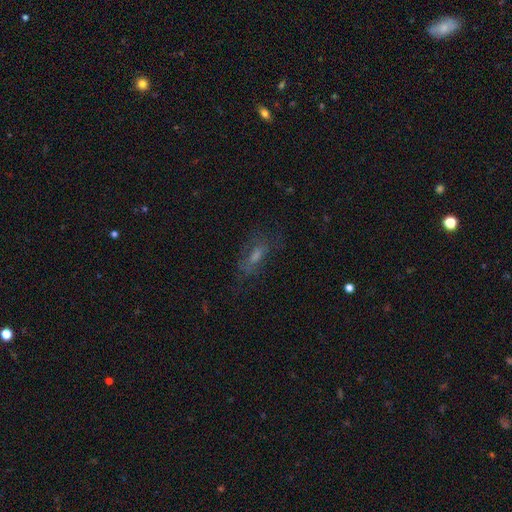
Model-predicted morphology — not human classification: Smooth or featured: smooth — 39% (tied with featured or disk — 39%)
Merging: none — 65% (minor disturbance — 19%)